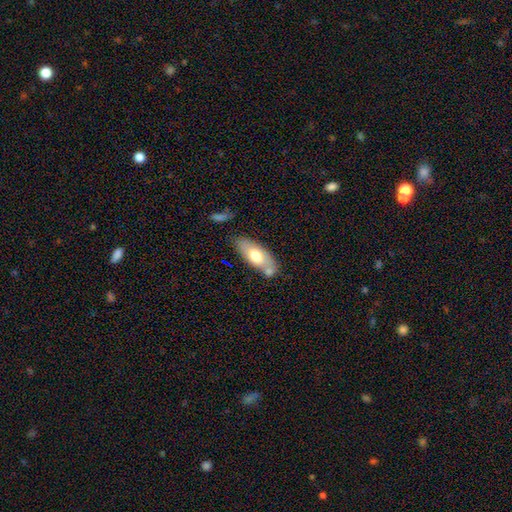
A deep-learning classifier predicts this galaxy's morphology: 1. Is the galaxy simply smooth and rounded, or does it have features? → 63% smooth, 31% featured or disk, 6% star or artifact.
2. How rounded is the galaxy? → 80% in between, 18% cigar-shaped, 2% round.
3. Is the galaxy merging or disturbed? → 64% none, 18% minor disturbance, 14% merger, 4% major disturbance.